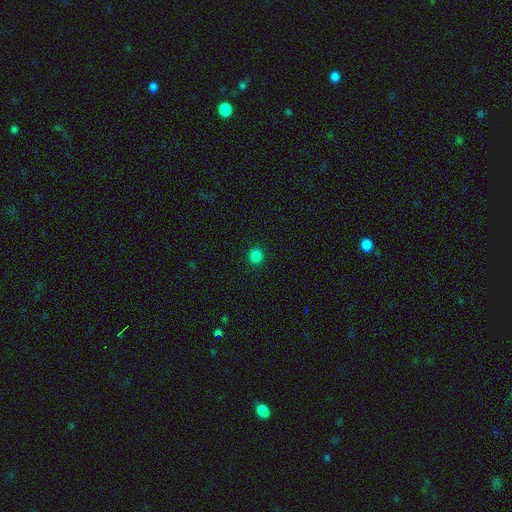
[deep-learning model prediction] smooth-or-featured: smooth: 84% | star or artifact: 13% | featured or disk: 3%
  how-rounded: round: 93% | in between: 6% | cigar-shaped: 1%
  merging: none: 93% | minor disturbance: 5% | major disturbance: 2% | merger: 1%